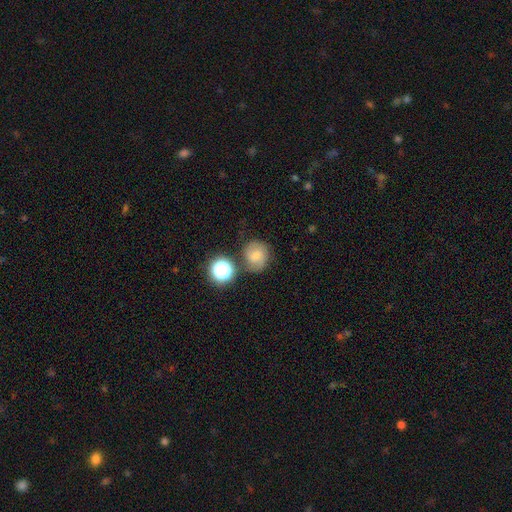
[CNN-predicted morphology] The model was most divided on "smooth or featured": featured or disk: 48%, smooth: 34%, star or artifact: 19%. More confident: merging — none (74%).